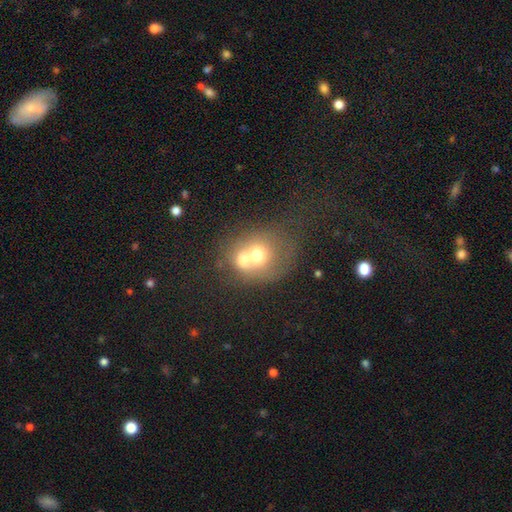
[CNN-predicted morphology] Smooth or featured?
  - smooth: 56% *
  - featured or disk: 31%
  - star or artifact: 14%
How rounded?
  - round: 62% *
  - in between: 37%
  - cigar-shaped: 1%
Merging?
  - merger: 69% *
  - none: 18%
  - minor disturbance: 7%
  - major disturbance: 7%